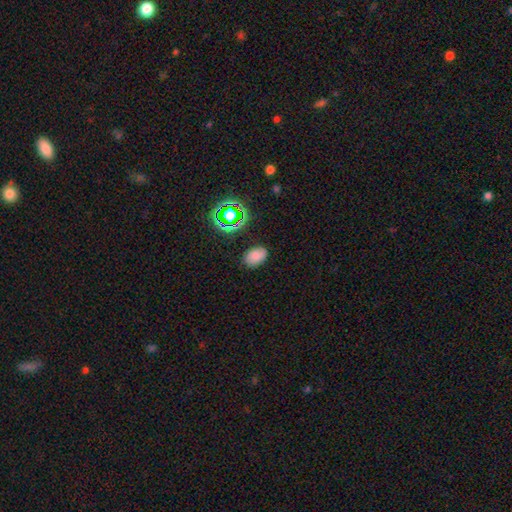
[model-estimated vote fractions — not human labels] A smooth galaxy with no disk features (73%) that is in between round and cigar-shaped (86%). Merging: none (80%).